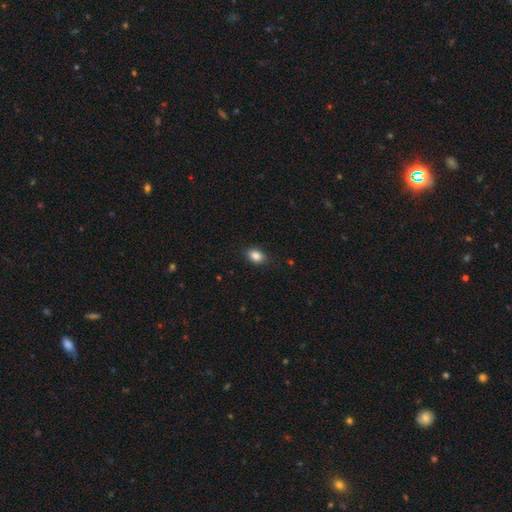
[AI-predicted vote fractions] Smooth or featured? Predicted: smooth (p=0.86). How rounded? Predicted: in between (p=0.78). Merging? Predicted: none (p=0.86).